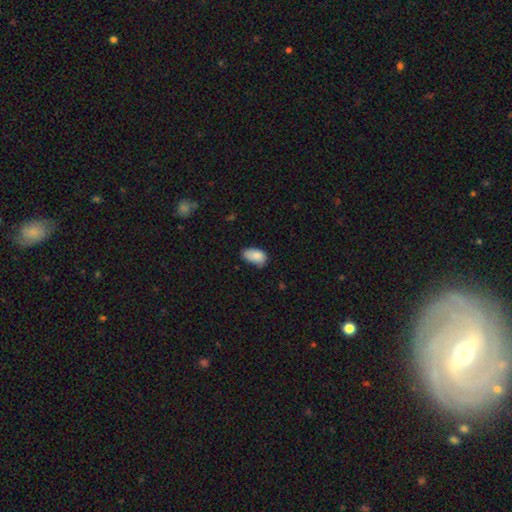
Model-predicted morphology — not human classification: Smooth or featured? smooth (85%)
How rounded? in between (93%)
Merging? none (51%)